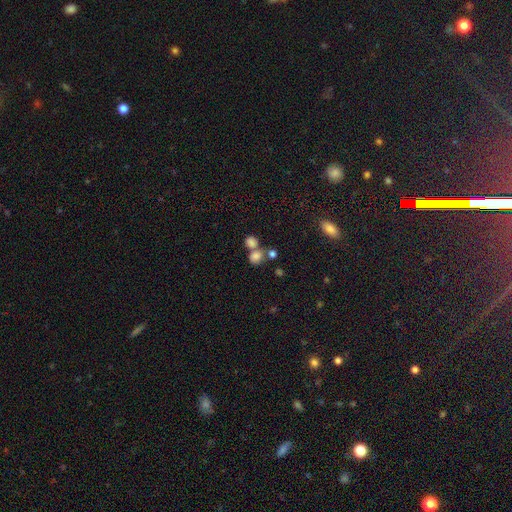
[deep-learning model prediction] Smooth or featured? smooth (78%)
How rounded? round (66%)
Merging? merger (46%)